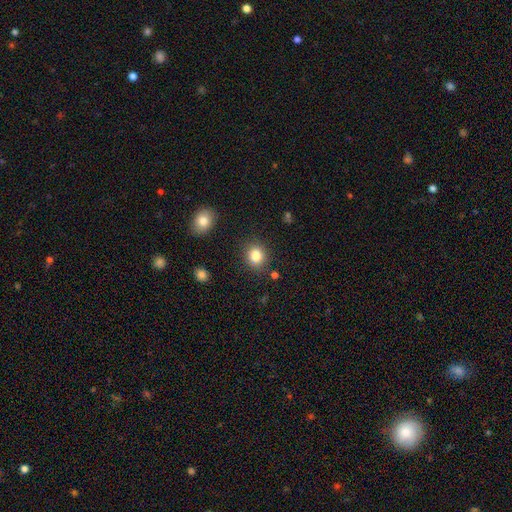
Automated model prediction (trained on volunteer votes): Q: Smooth or featured?
A: smooth (83%); runner-up: star or artifact (11%)
Q: How rounded?
A: round (78%); runner-up: in between (21%)
Q: Merging?
A: none (86%); runner-up: minor disturbance (8%)